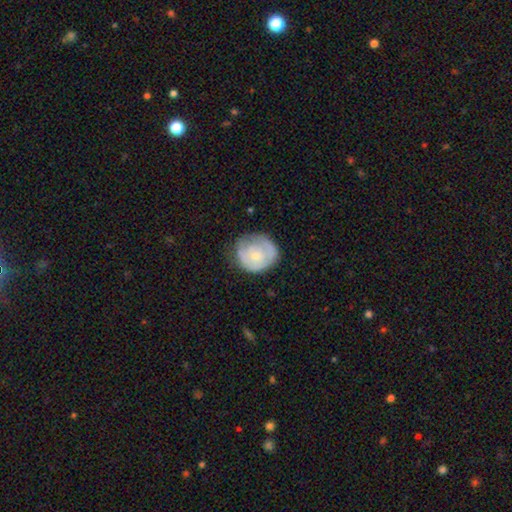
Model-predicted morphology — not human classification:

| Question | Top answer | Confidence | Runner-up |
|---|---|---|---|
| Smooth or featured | featured or disk | 47% | tied: smooth (47%) |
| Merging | none | 59% | minor disturbance (28%) |